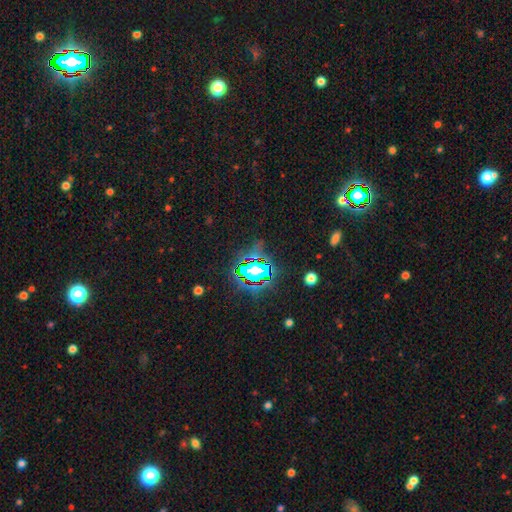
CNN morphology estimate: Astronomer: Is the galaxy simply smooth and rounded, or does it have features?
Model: star or artifact — 81%.